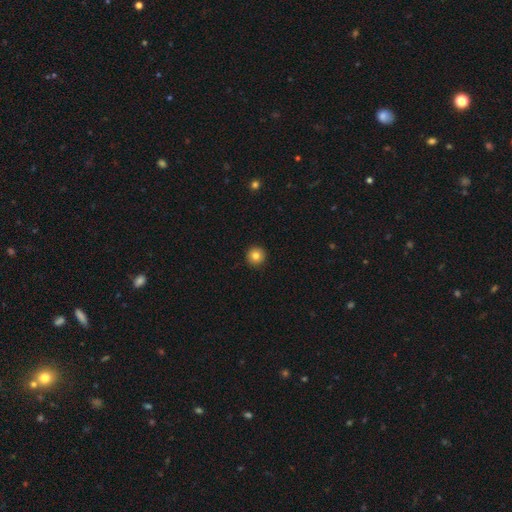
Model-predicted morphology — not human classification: The model was most divided on "smooth or featured": smooth: 83%, star or artifact: 10%, featured or disk: 7%. More confident: how rounded — round (96%); merging — none (93%).